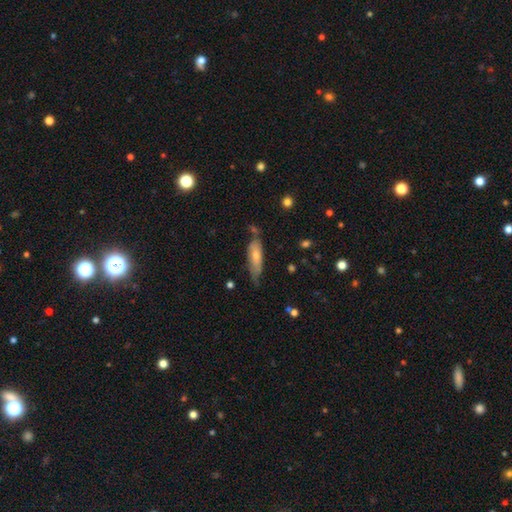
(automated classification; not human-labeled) Overall: smooth (62%; featured or disk 32%). How rounded: in between (49%, tied with cigar-shaped). Merging: none (48%; minor disturbance 34%).